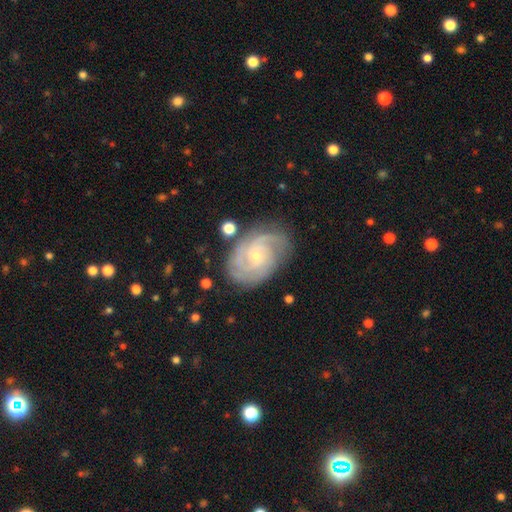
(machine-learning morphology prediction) A featured or disk galaxy (88%) with no bar (68%), 3 (33%) tight (67%) spiral arms (98%) and a small central bulge (71%). Merging: none (78%).